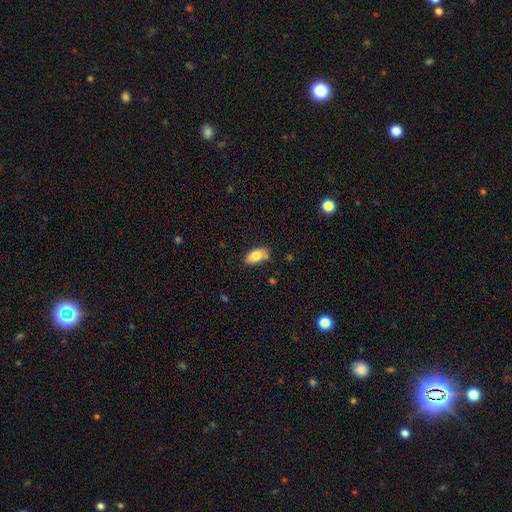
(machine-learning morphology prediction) type=smooth (81%); roundness=in between (92%); merging=none (77%).